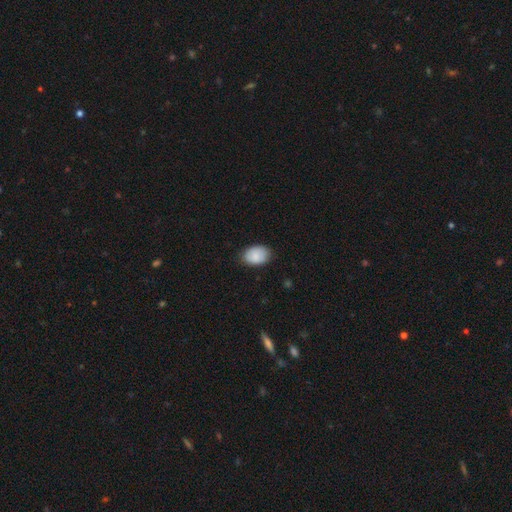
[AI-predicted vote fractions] The model was most divided on "how rounded": in between: 83%, round: 16%, cigar-shaped: 1%. More confident: smooth or featured — smooth (86%); merging — none (83%).